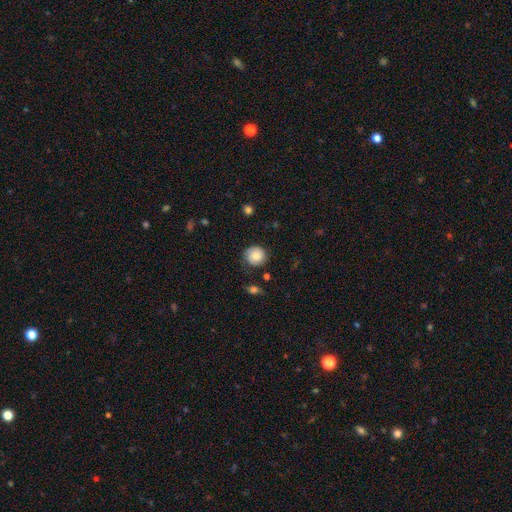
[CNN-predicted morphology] Overall: smooth (72%). How rounded: round (88%). Merging: none (70%).